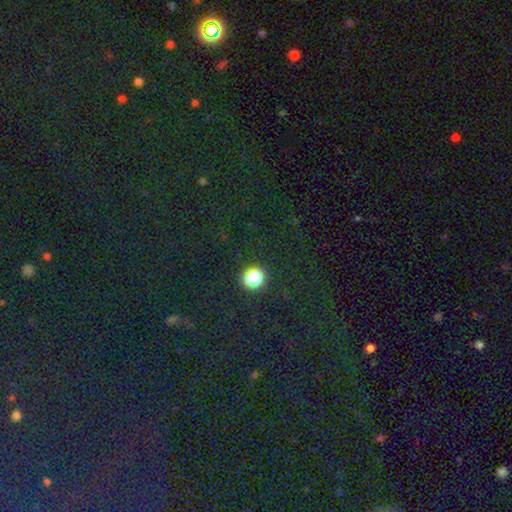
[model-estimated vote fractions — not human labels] A star or artifact, not a galaxy (69%).

Vote fractions:
- Smooth or featured? star or artifact: 69% / smooth: 24% / featured or disk: 7%